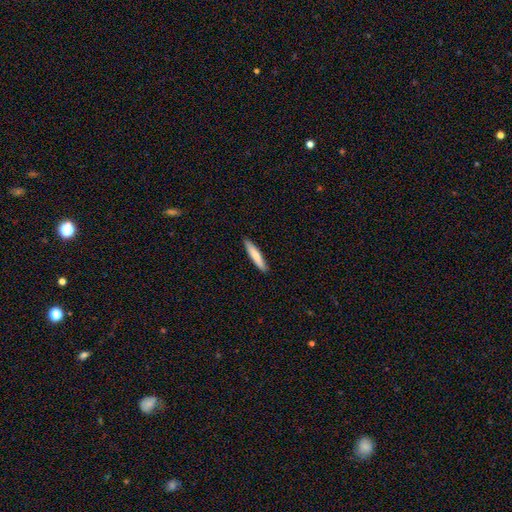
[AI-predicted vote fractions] Smooth or featured: smooth — 76% (featured or disk — 19%)
How rounded: cigar-shaped — 91% (in between — 8%)
Merging: none — 91% (minor disturbance — 7%)